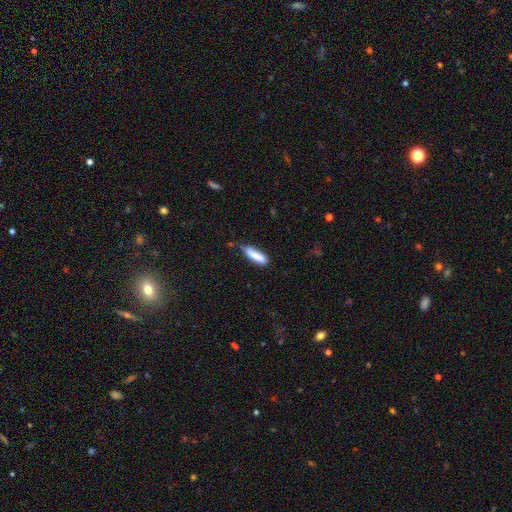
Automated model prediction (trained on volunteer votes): smooth 85%, featured or disk 9%, star or artifact 6%. Down the decision tree: how rounded — cigar-shaped (65%); merging — none (64%).